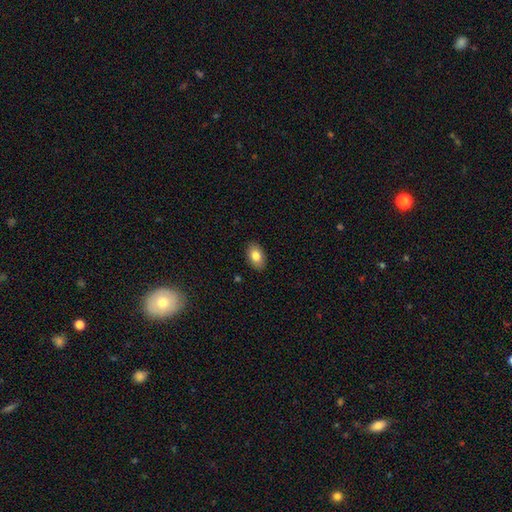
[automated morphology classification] smooth-or-featured: smooth: 82% | featured or disk: 11% | star or artifact: 7%
  how-rounded: in between: 90% | round: 9% | cigar-shaped: 1%
  merging: none: 88% | minor disturbance: 9% | major disturbance: 2% | merger: 1%